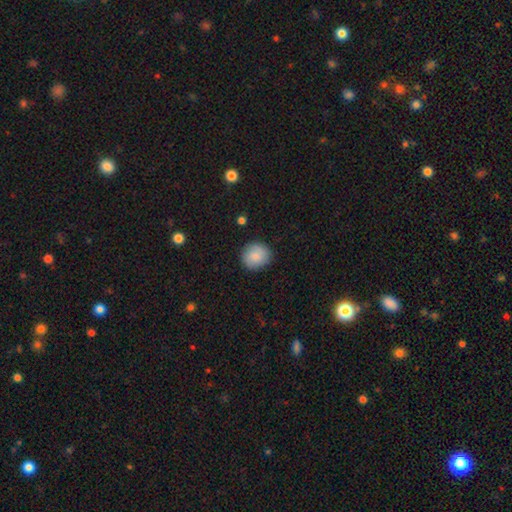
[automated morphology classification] Q: Smooth or featured?
A: smooth (84%); runner-up: featured or disk (8%)
Q: How rounded?
A: round (86%); runner-up: in between (13%)
Q: Merging?
A: none (87%); runner-up: minor disturbance (10%)